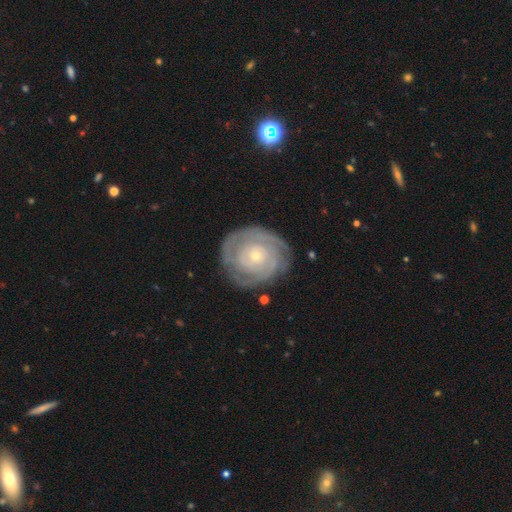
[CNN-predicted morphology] This is clearly a featured or disk galaxy (82%). It is clearly not viewed edge-on (97%). Bar: clearly no (82%). Spiral arm pattern: clearly yes (90%). Spiral arm count: marginally can't tell (38%). Spiral winding: clearly tight (82%). Central bulge: likely small (76%). Merging: likely none (78%).